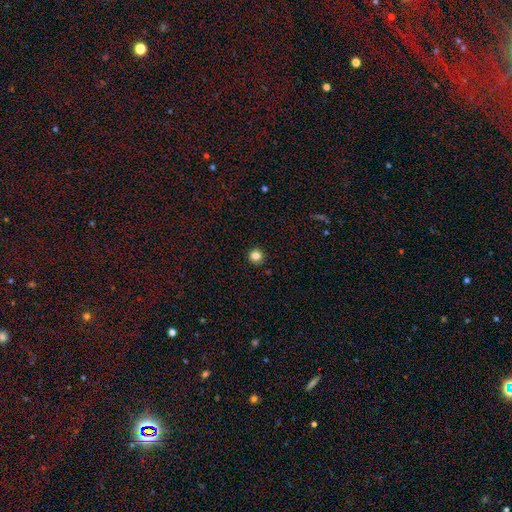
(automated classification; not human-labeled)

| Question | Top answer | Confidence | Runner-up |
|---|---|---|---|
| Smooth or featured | smooth | 83% | star or artifact (12%) |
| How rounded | round | 94% | in between (5%) |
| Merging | none | 91% | minor disturbance (6%) |